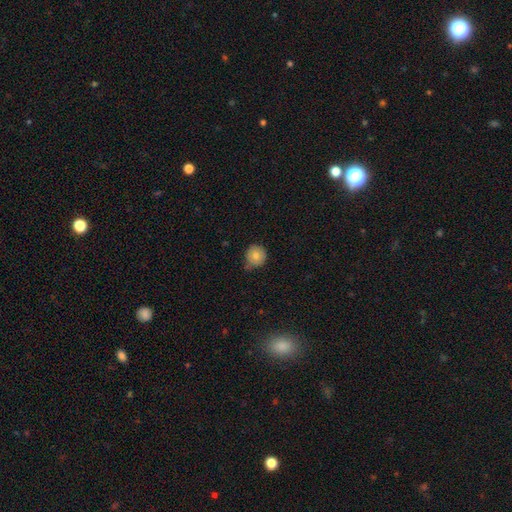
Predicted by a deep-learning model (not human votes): Smooth or featured? smooth (78%)
How rounded? round (92%)
Merging? none (73%)